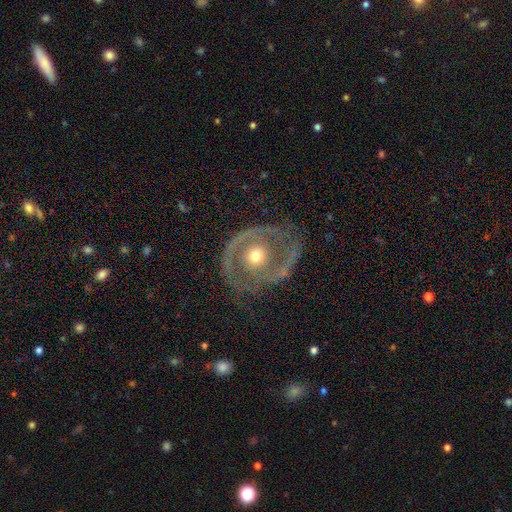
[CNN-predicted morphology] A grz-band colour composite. It shows a featured or disk galaxy (83%) with no bar (73%), 2 (78%) medium (43%) spiral arms (75%) and a moderate central bulge (69%). Merging: none (68%).